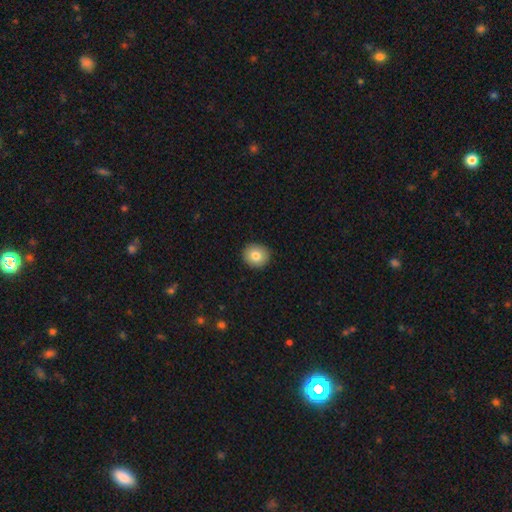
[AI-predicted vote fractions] Smooth or featured: smooth — 82% (featured or disk — 9%)
How rounded: round — 85% (in between — 14%)
Merging: none — 92% (minor disturbance — 6%)